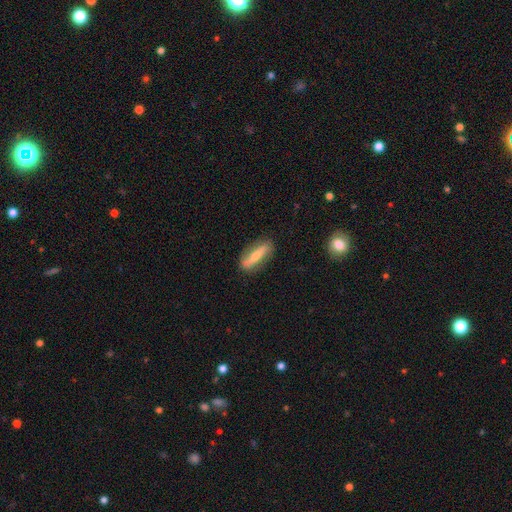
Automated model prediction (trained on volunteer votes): smooth_or_featured: featured or disk (p=0.48) [alt: smooth p=0.46]
merging: none (p=0.82) [alt: minor disturbance p=0.13]